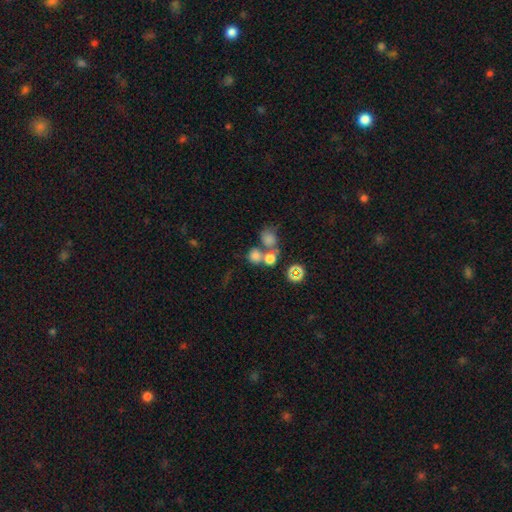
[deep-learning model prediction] A smooth galaxy with no disk features (70%) that is round (79%). Merging: merger (46%).